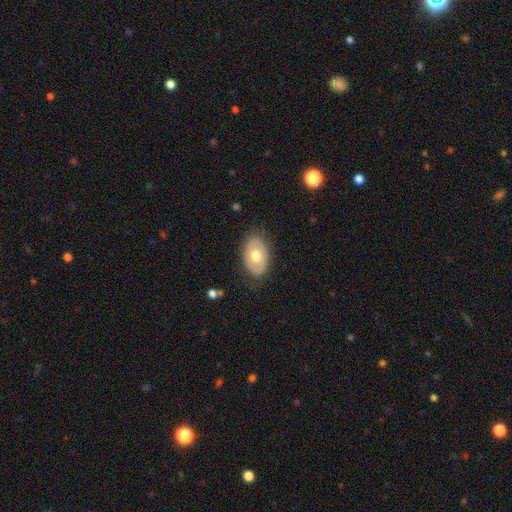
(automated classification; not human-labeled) A smooth galaxy with no disk features (55%) that is in between round and cigar-shaped (87%).

Vote fractions:
- Smooth or featured? smooth: 55% / featured or disk: 39% / star or artifact: 6%
- How rounded? in between: 87% / round: 12% / cigar-shaped: 1%
- Merging? none: 81% / minor disturbance: 14% / major disturbance: 4% / merger: 1%